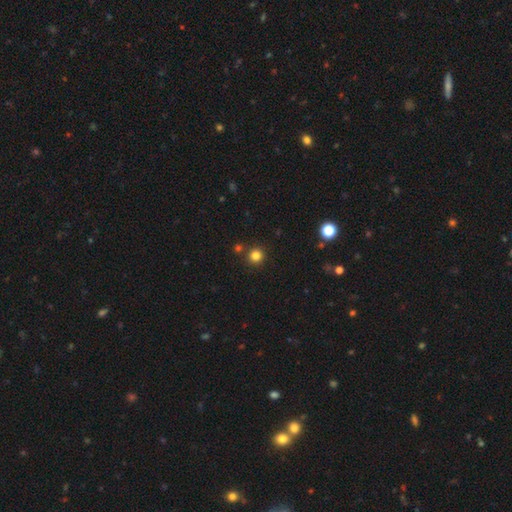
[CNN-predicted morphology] A smooth galaxy with no disk features (82%) that is round (95%). Merging: none (85%).